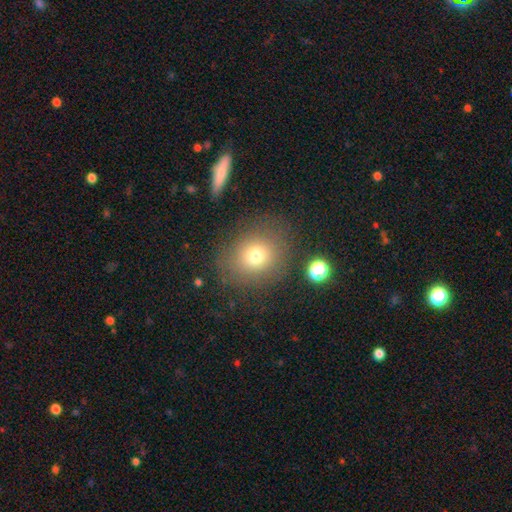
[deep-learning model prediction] A smooth galaxy with no disk features (74%) that is round (72%).

Vote fractions:
- Smooth or featured? smooth: 74% / star or artifact: 15% / featured or disk: 11%
- How rounded? round: 72% / in between: 27% / cigar-shaped: 1%
- Merging? none: 80% / minor disturbance: 11% / major disturbance: 6% / merger: 3%